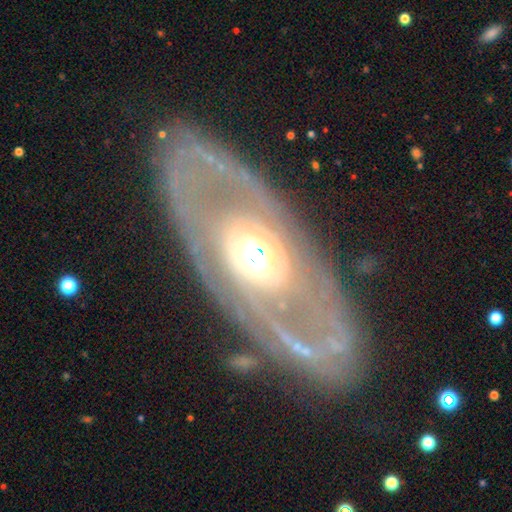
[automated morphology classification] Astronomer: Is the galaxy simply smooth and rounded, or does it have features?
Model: featured or disk — 81%.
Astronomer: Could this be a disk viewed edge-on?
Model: no — 88%.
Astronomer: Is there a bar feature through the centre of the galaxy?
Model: no — 72%.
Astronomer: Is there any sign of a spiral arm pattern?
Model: yes — 62% (runner-up: no, 38%).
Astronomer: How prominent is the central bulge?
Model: moderate — 63%.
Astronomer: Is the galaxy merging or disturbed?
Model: none — 79%.